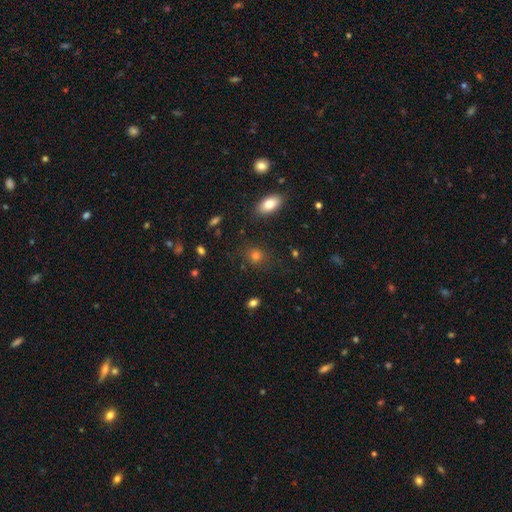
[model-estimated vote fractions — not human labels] Smooth or featured? smooth (74%)
How rounded? round (66%)
Merging? none (80%)